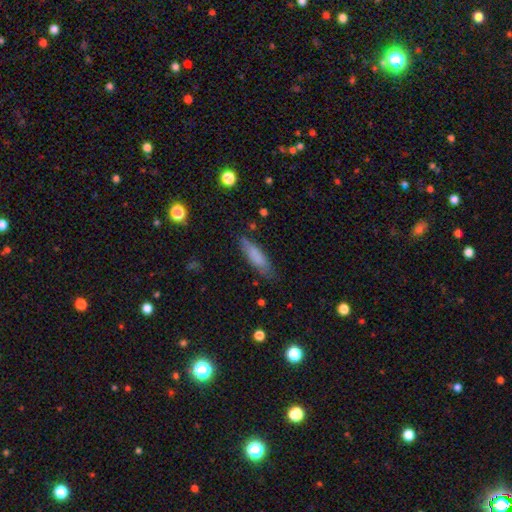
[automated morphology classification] smooth_or_featured: smooth (p=0.78) [alt: featured or disk p=0.15]
how_rounded: cigar-shaped (p=0.61) [alt: in between p=0.37]
merging: none (p=0.75) [alt: minor disturbance p=0.19]